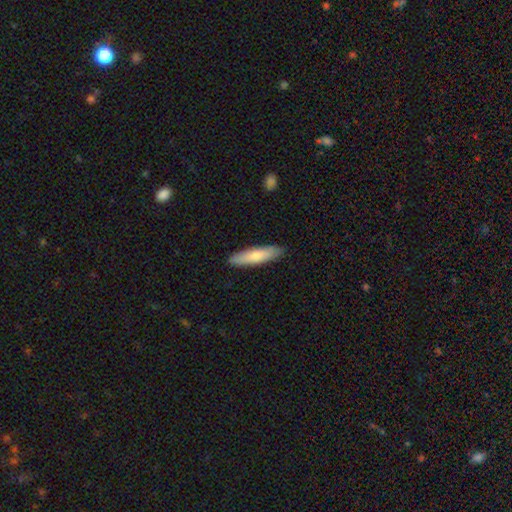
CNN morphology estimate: smooth 76%, featured or disk 19%, star or artifact 5%. Down the decision tree: how rounded — cigar-shaped (75%); merging — none (88%).